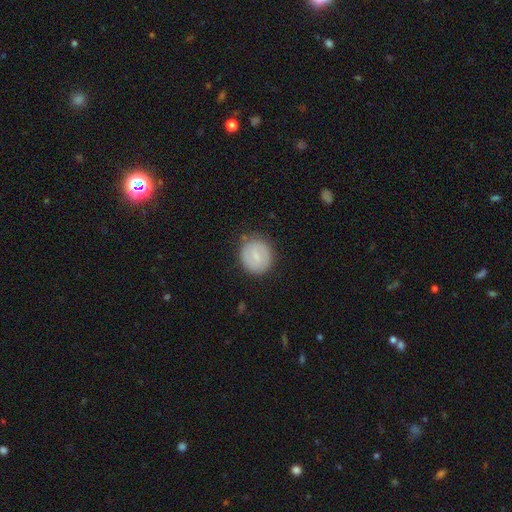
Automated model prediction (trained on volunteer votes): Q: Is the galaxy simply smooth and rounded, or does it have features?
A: smooth — 59%.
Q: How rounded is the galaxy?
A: round — 85%.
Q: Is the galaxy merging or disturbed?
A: none — 83%.